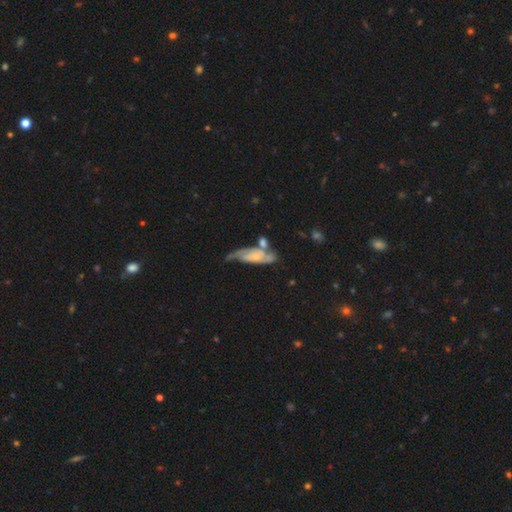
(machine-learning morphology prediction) type=featured or disk (60%); edge-on=no (82%); merging=none (40%).